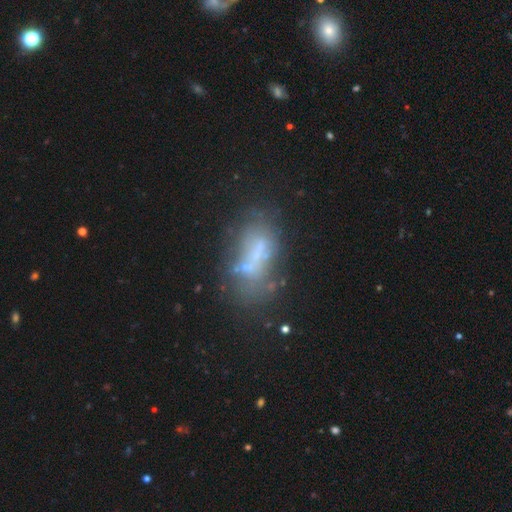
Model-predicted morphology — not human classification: Smooth or featured? featured or disk (48%)
Merging? none (35%)